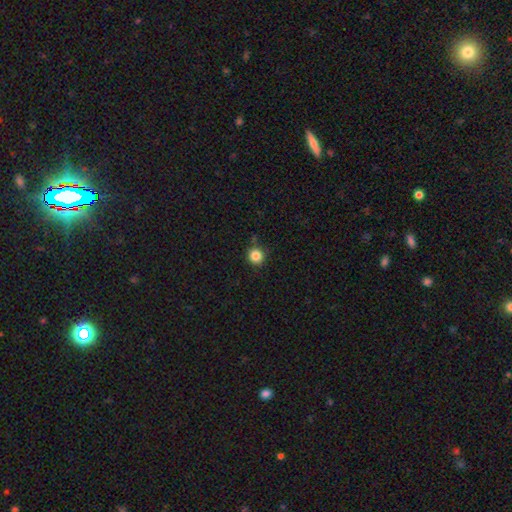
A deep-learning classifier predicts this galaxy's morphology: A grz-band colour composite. It shows a smooth galaxy with no disk features (84%) that is round (94%). Merging: none (84%).